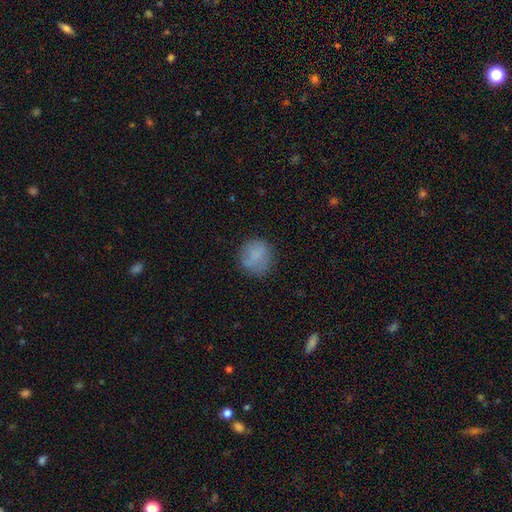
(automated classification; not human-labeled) This is likely a smooth galaxy (76%). How rounded: clearly round (84%). Merging: likely none (70%).